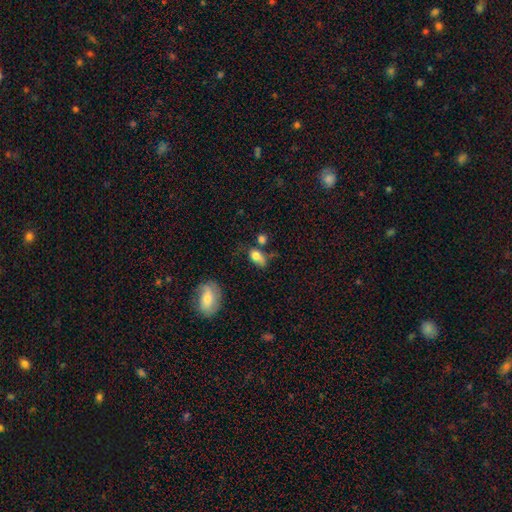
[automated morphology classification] This is likely a smooth galaxy (76%). How rounded: likely in between (78%). Merging: marginally none (35%).